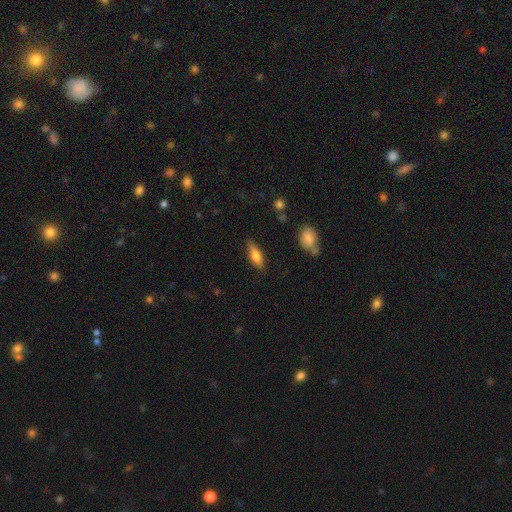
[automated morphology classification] The model was most divided on "how rounded": in between: 59%, cigar-shaped: 38%, round: 3%. More confident: merging — none (77%); smooth or featured — smooth (64%).